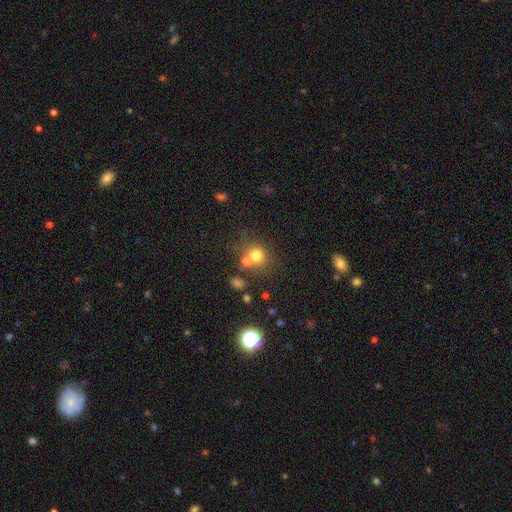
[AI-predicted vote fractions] A smooth galaxy with no disk features (72%) that is round (78%).

Vote fractions:
- Smooth or featured? smooth: 72% / star or artifact: 16% / featured or disk: 12%
- How rounded? round: 78% / in between: 21% / cigar-shaped: 1%
- Merging? none: 53% / merger: 31% / minor disturbance: 10% / major disturbance: 5%